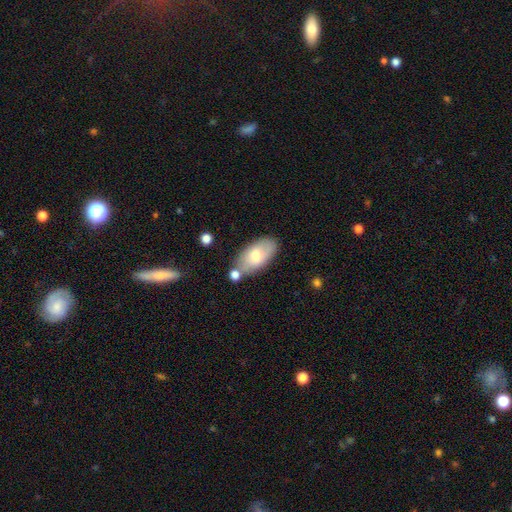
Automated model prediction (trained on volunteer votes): Smooth or featured?
  - smooth: 69% *
  - featured or disk: 24%
  - star or artifact: 7%
How rounded?
  - in between: 93% *
  - cigar-shaped: 4%
  - round: 4%
Merging?
  - none: 68% *
  - minor disturbance: 16%
  - merger: 13%
  - major disturbance: 4%